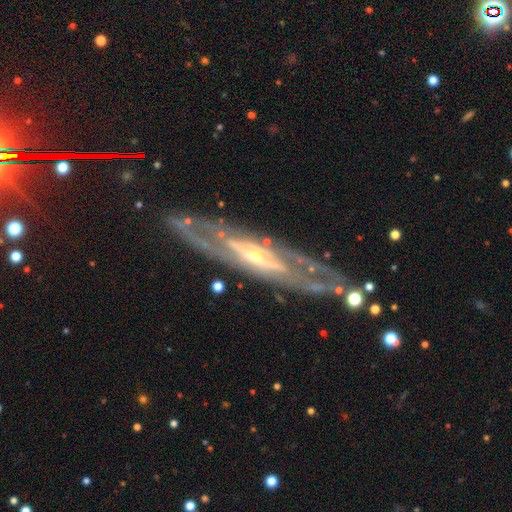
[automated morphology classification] Smooth or featured? Predicted: featured or disk (p=0.85). Edge-on disk? Predicted: no (p=0.70). Bar? Predicted: no (p=0.48). Spiral arms? Predicted: yes (p=0.80). Bulge size? Predicted: small (p=0.63). Merging? Predicted: none (p=0.78).